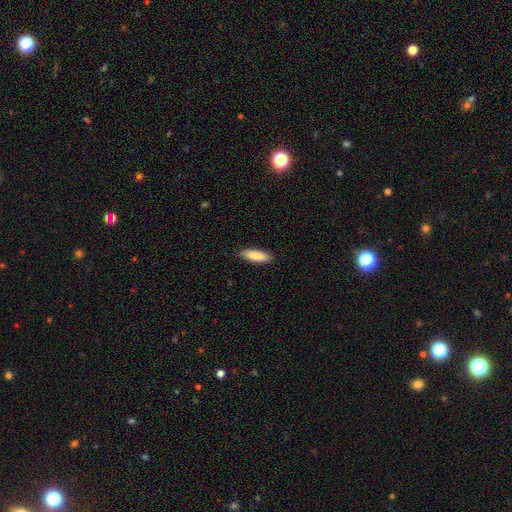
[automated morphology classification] Q: Smooth or featured?
A: smooth (87%); runner-up: featured or disk (7%)
Q: How rounded?
A: cigar-shaped (51%); runner-up: in between (47%)
Q: Merging?
A: none (90%); runner-up: minor disturbance (7%)